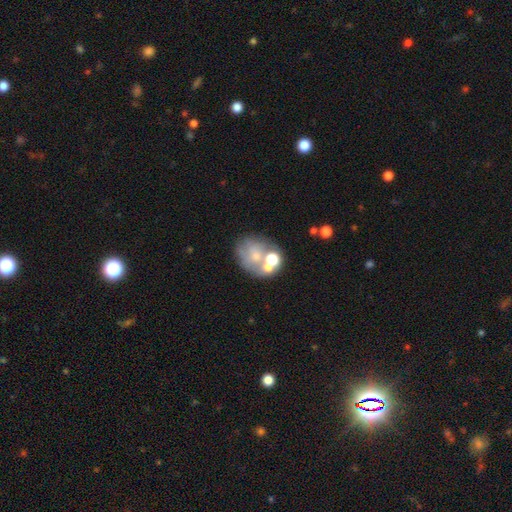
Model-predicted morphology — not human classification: smooth_or_featured: featured or disk (p=0.43) [alt: smooth p=0.42]
merging: none (p=0.38) [alt: merger p=0.33]